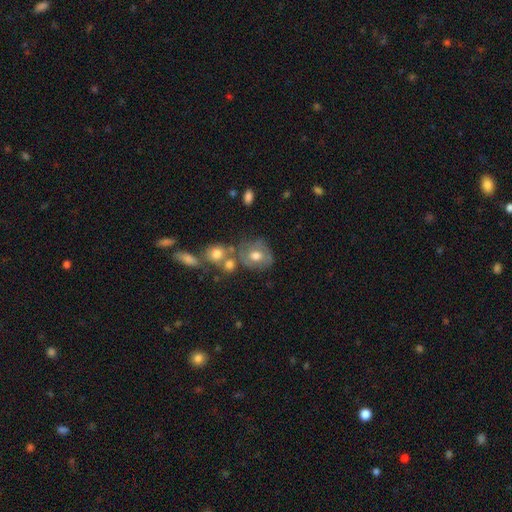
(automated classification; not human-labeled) Smooth or featured: smooth — 50% (featured or disk — 40%)
How rounded: round — 60% (in between — 39%)
Merging: none — 45% (merger — 23%)